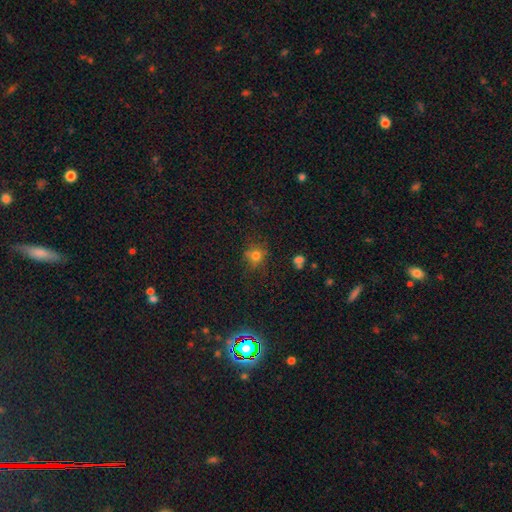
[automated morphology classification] Smooth or featured: smooth — 72% (star or artifact — 19%)
How rounded: round — 84% (in between — 14%)
Merging: none — 75% (minor disturbance — 16%)